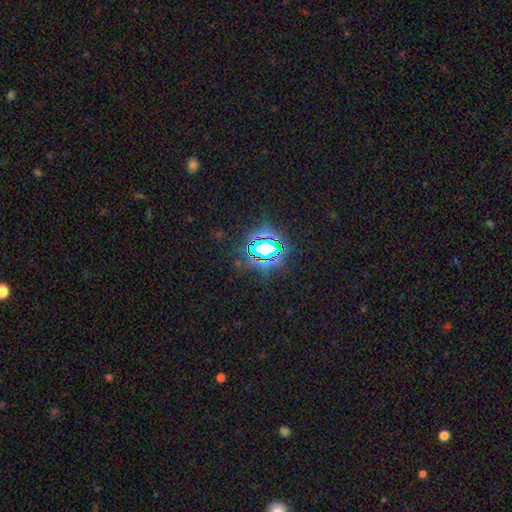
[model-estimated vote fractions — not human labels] The model was most divided on "smooth or featured": star or artifact: 81%, smooth: 12%, featured or disk: 7%.